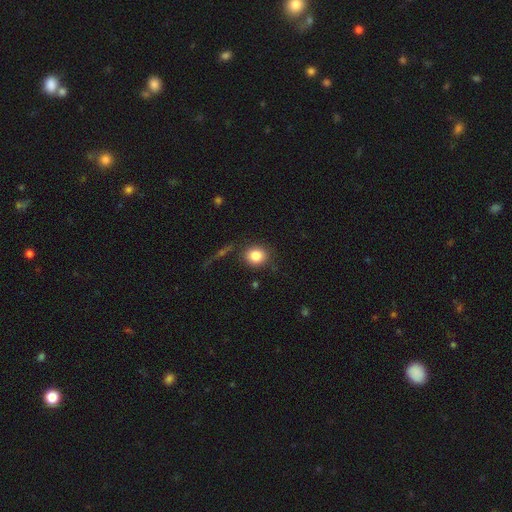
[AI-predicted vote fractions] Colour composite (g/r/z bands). It shows a smooth galaxy with no disk features (84%) that is round (79%). Merging: none (84%).